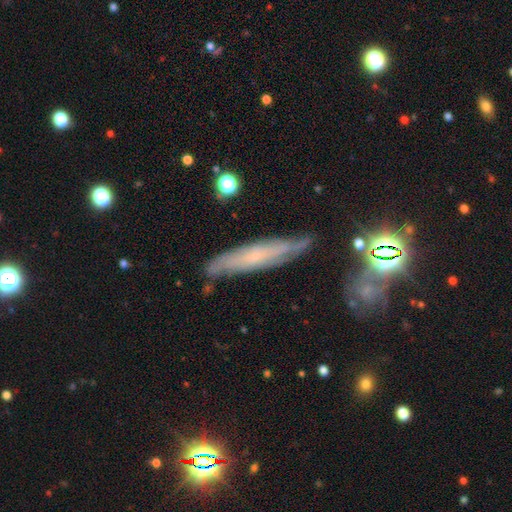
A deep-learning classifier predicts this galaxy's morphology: Q: Smooth or featured?
A: featured or disk (54%); runner-up: smooth (35%)
Q: Edge-on disk?
A: yes (63%); runner-up: no (37%)
Q: Merging?
A: none (77%); runner-up: minor disturbance (17%)